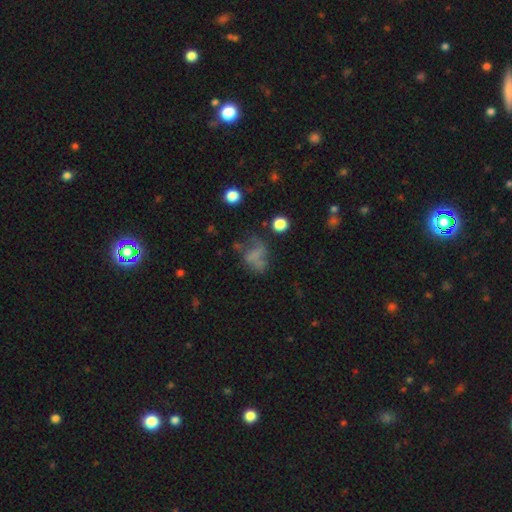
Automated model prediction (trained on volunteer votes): This is possibly a smooth galaxy (48%). Merging: marginally none (38%).